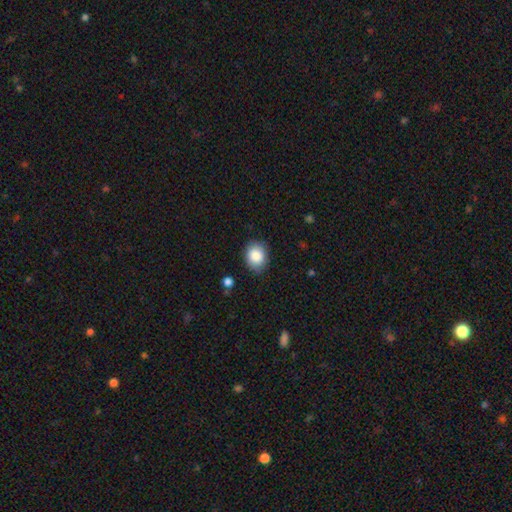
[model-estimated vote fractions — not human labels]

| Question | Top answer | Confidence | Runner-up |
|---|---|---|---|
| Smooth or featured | smooth | 86% | star or artifact (8%) |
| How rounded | in between | 54% | round (45%) |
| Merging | none | 83% | minor disturbance (13%) |